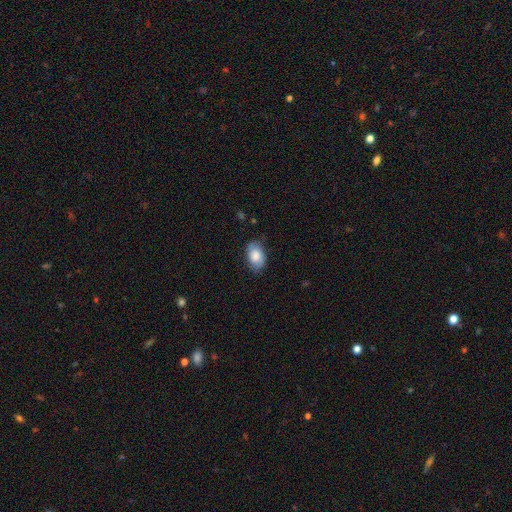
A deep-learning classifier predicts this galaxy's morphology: Smooth or featured? smooth (69%)
How rounded? in between (89%)
Merging? none (74%)